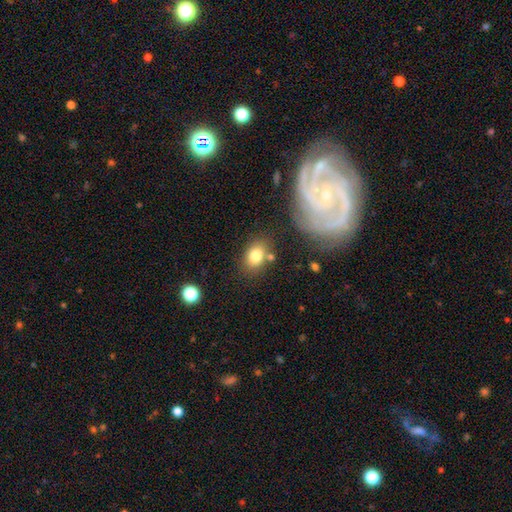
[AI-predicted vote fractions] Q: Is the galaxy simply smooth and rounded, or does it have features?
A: smooth — 80%.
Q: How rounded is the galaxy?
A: in between — 68%.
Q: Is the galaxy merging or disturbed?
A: none — 71%.